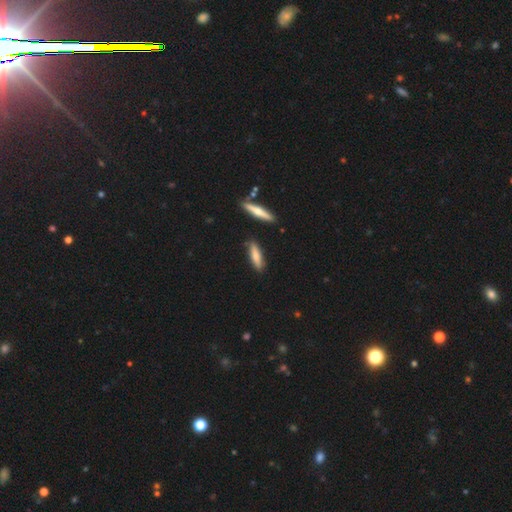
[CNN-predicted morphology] A smooth galaxy with no disk features (71%) that is cigar-shaped (72%).

Vote fractions:
- Smooth or featured? smooth: 71% / featured or disk: 22% / star or artifact: 6%
- How rounded? cigar-shaped: 72% / in between: 26% / round: 2%
- Merging? none: 82% / minor disturbance: 12% / merger: 4% / major disturbance: 2%